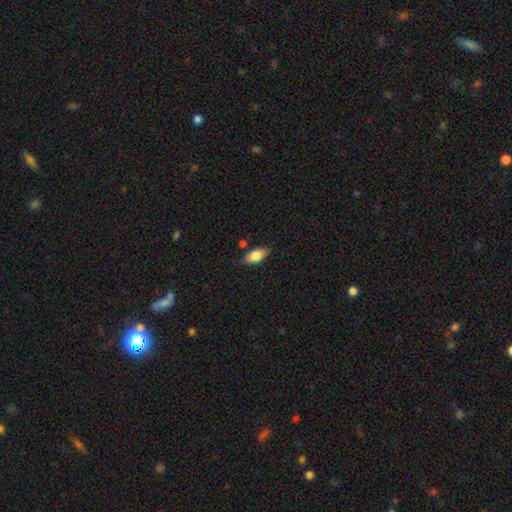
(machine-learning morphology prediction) smooth_or_featured: smooth (p=0.77) [alt: featured or disk p=0.16]
how_rounded: in between (p=0.87) [alt: cigar-shaped p=0.09]
merging: none (p=0.73) [alt: minor disturbance p=0.19]